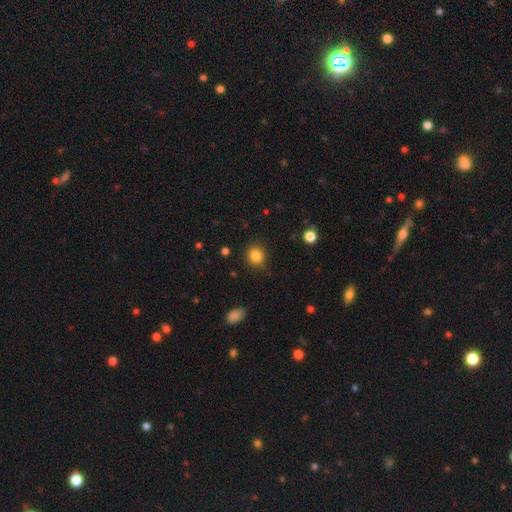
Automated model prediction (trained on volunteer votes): Smooth or featured?
  - smooth: 85% *
  - star or artifact: 11%
  - featured or disk: 5%
How rounded?
  - round: 73% *
  - in between: 26%
  - cigar-shaped: 1%
Merging?
  - none: 84% *
  - minor disturbance: 11%
  - major disturbance: 3%
  - merger: 1%